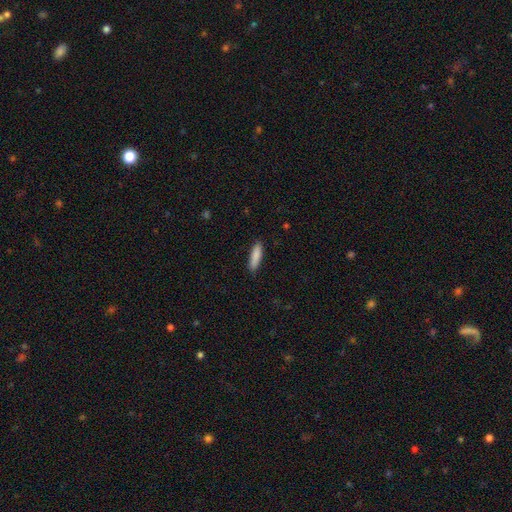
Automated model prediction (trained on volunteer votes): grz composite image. It shows a smooth galaxy with no disk features (87%) that is cigar-shaped (69%). Merging: none (87%).